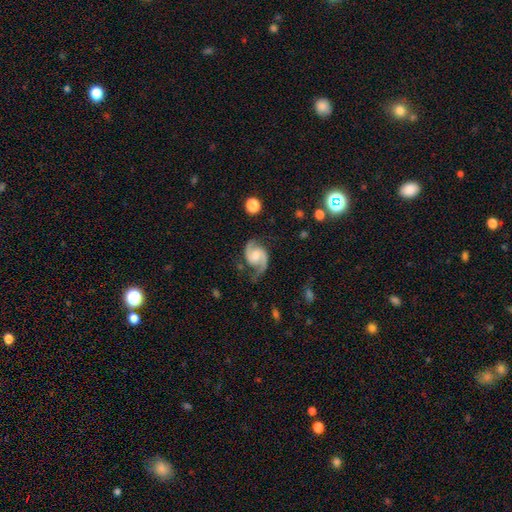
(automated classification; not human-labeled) Smooth or featured? featured or disk (91%)
Edge-on disk? no (98%)
Bar? no (48%)
Spiral arms? yes (98%)
Spiral winding? medium (59%)
Spiral arm count? 2 (94%)
Bulge size? moderate (42%)
Merging? none (76%)